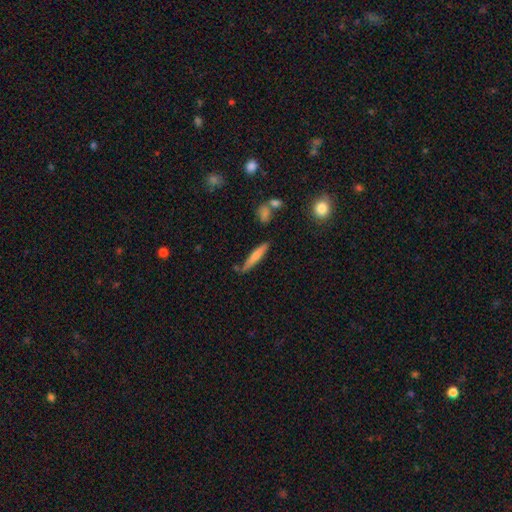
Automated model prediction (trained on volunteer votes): Morphology: type=smooth (66%); roundness=cigar-shaped (91%); merging=none (76%).